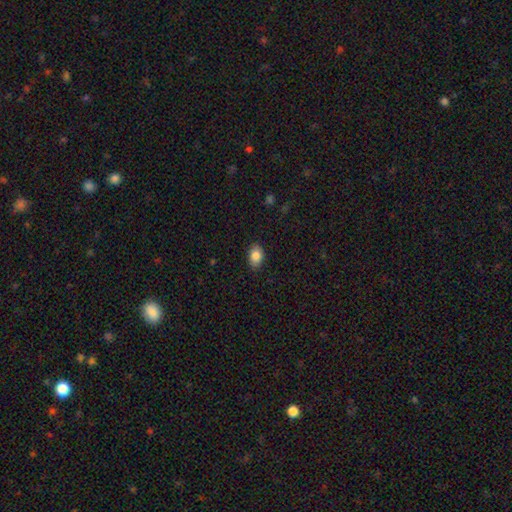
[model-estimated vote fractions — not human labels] The model was most divided on "how rounded": in between: 81%, round: 18%, cigar-shaped: 1%. More confident: merging — none (87%); smooth or featured — smooth (85%).